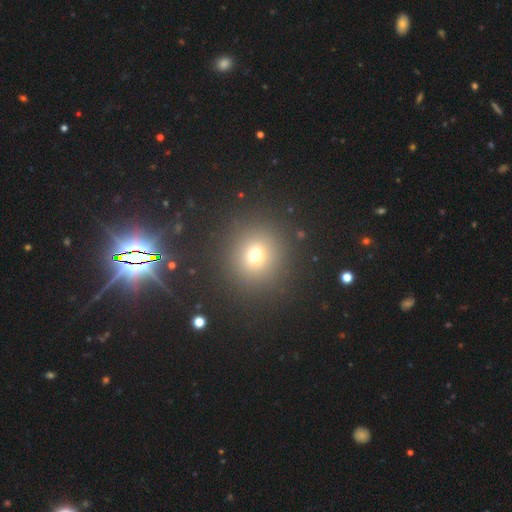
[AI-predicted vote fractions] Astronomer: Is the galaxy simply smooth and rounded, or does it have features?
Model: smooth — 69%.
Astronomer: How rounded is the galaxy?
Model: round — 91%.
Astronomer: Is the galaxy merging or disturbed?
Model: none — 88%.